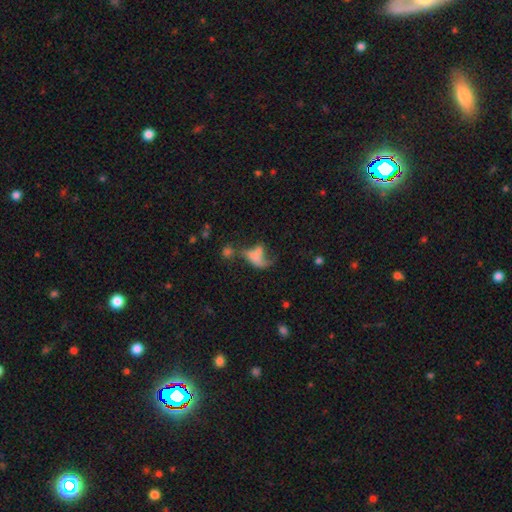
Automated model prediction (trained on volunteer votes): Overall: smooth (54%; featured or disk 32%). How rounded: in between (80%). Merging: major disturbance (35%; merger 34%).